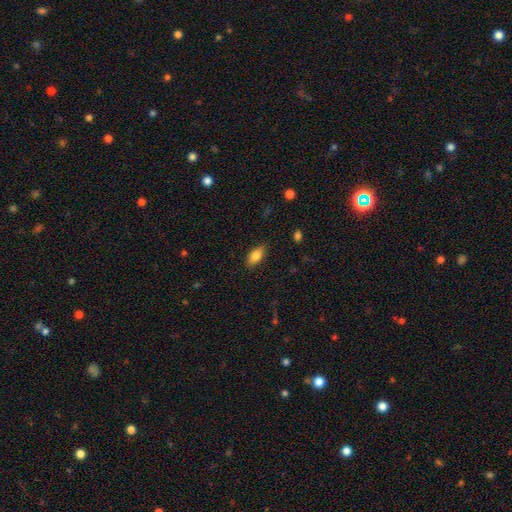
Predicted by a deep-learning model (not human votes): Smooth or featured? Predicted: smooth (p=0.83). How rounded? Predicted: in between (p=0.89). Merging? Predicted: none (p=0.85).